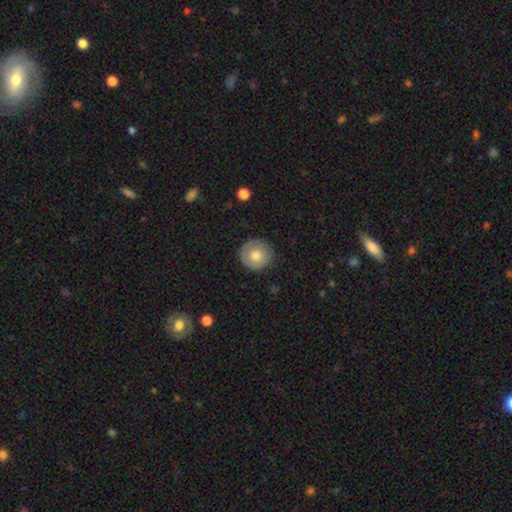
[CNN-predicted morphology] A smooth galaxy with no disk features (69%) that is round (93%).

Vote fractions:
- Smooth or featured? smooth: 69% / featured or disk: 23% / star or artifact: 7%
- How rounded? round: 93% / in between: 6% / cigar-shaped: 1%
- Merging? none: 86% / minor disturbance: 11% / major disturbance: 3% / merger: 1%